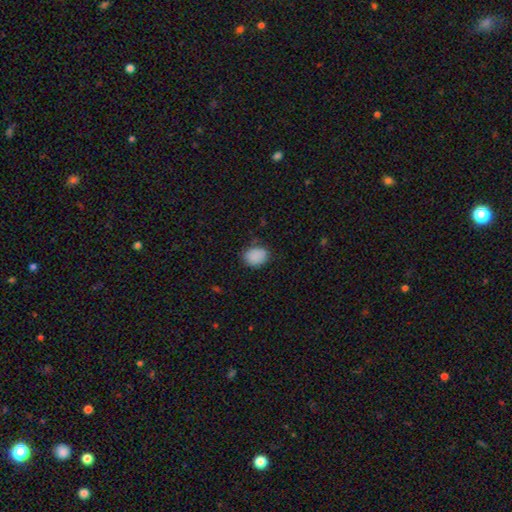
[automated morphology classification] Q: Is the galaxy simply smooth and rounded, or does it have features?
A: smooth — 88%.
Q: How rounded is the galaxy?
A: in between — 60%.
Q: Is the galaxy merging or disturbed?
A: none — 78%.